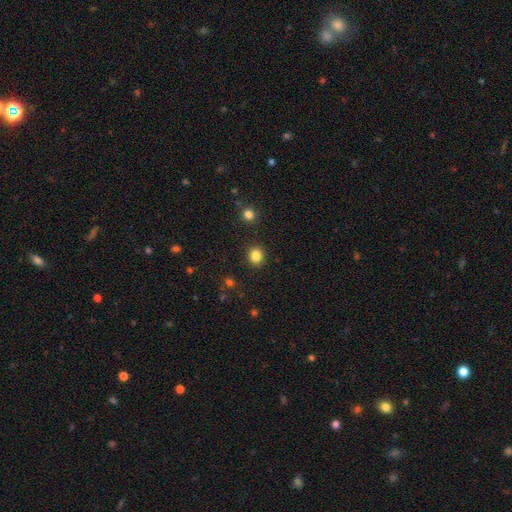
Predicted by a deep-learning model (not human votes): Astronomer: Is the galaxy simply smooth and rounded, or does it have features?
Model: smooth — 84%.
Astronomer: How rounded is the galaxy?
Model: round — 77%.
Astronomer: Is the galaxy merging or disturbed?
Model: none — 90%.